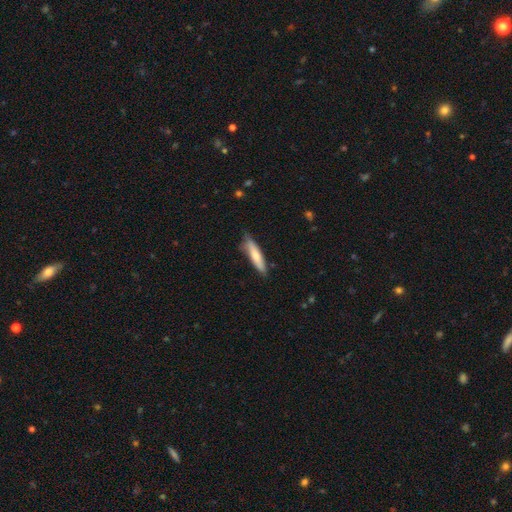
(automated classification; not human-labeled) Morphology: type=smooth (72%); roundness=cigar-shaped (82%); merging=none (73%).